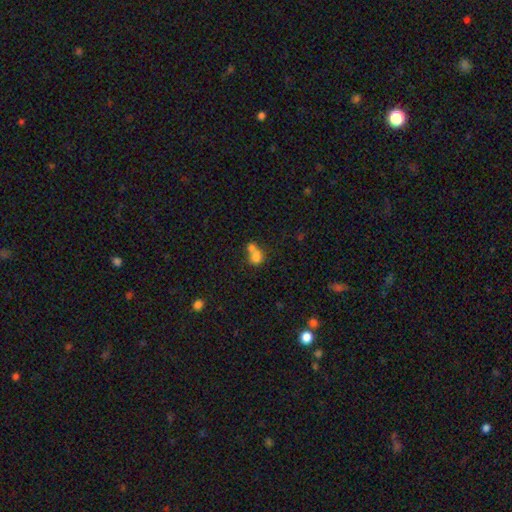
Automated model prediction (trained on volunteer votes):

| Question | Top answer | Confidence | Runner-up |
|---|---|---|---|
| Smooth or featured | smooth | 73% | featured or disk (15%) |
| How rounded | in between | 52% | round (46%) |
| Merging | merger | 65% | none (22%) |